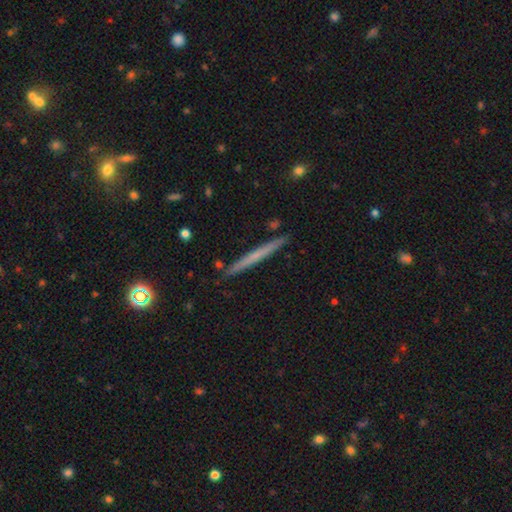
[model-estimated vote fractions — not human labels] A smooth galaxy with no disk features (48%).

Vote fractions:
- Smooth or featured? smooth: 48% / featured or disk: 45% / star or artifact: 7%
- Merging? none: 91% / minor disturbance: 6% / merger: 1% / major disturbance: 1%